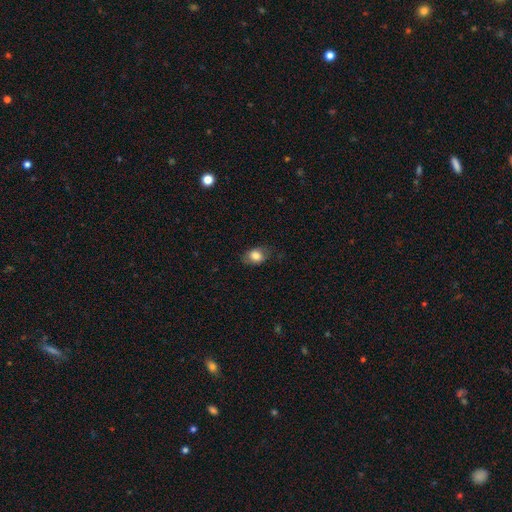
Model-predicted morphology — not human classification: The model was most divided on "how rounded": in between: 66%, round: 33%, cigar-shaped: 1%. More confident: smooth or featured — smooth (79%); merging — none (75%).